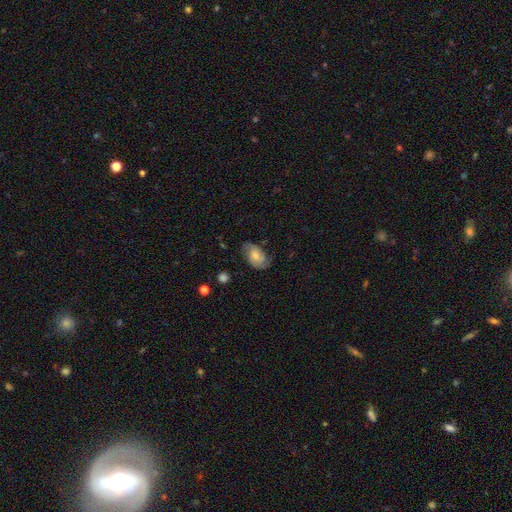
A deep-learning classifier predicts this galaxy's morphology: Smooth or featured? Predicted: featured or disk (p=0.60). Edge-on disk? Predicted: no (p=0.96). Bar? Predicted: no (p=0.62). Spiral arms? Predicted: yes (p=0.90). Spiral winding? Predicted: medium (p=0.44). Spiral arm count? Predicted: 2 (p=0.79). Bulge size? Predicted: moderate (p=0.45). Merging? Predicted: none (p=0.69).